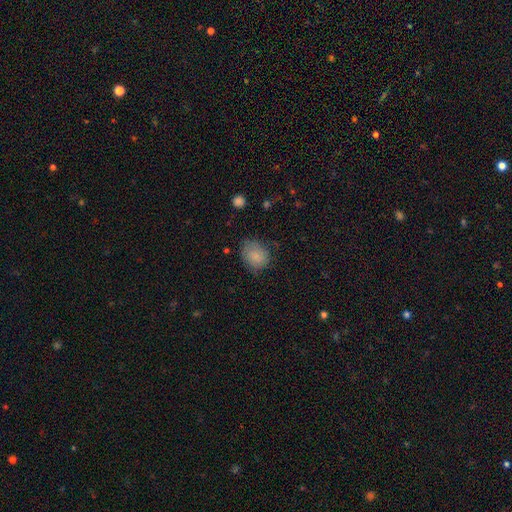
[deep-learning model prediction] Smooth or featured?
  - smooth: 83% *
  - star or artifact: 9%
  - featured or disk: 8%
How rounded?
  - round: 50% *
  - in between: 49%
  - cigar-shaped: 1%
Merging?
  - none: 67% *
  - minor disturbance: 25%
  - major disturbance: 7%
  - merger: 2%